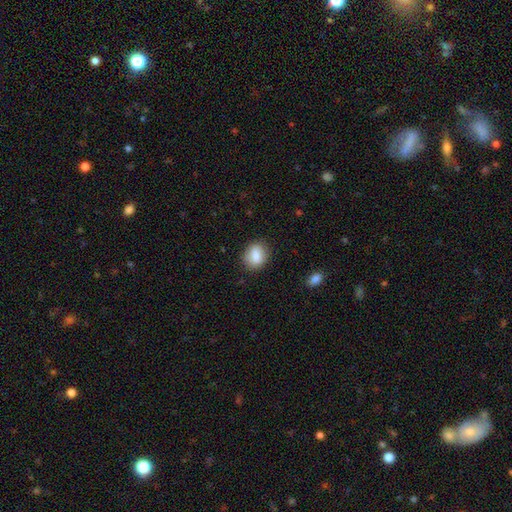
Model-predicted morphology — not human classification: smooth 83%, featured or disk 9%, star or artifact 8%. Down the decision tree: how rounded — in between (57%); merging — none (81%).